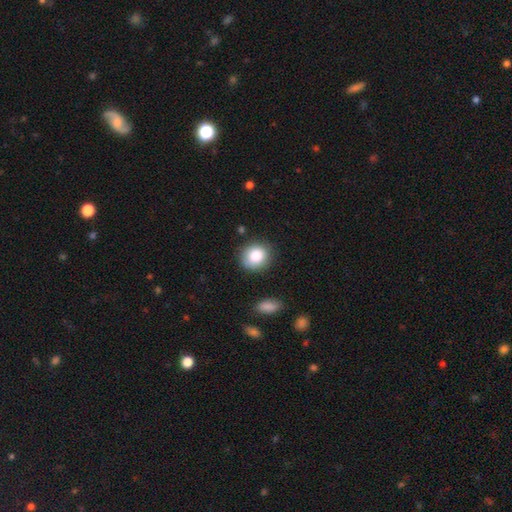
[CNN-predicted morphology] Overall: smooth (84%). How rounded: round (74%). Merging: none (81%).